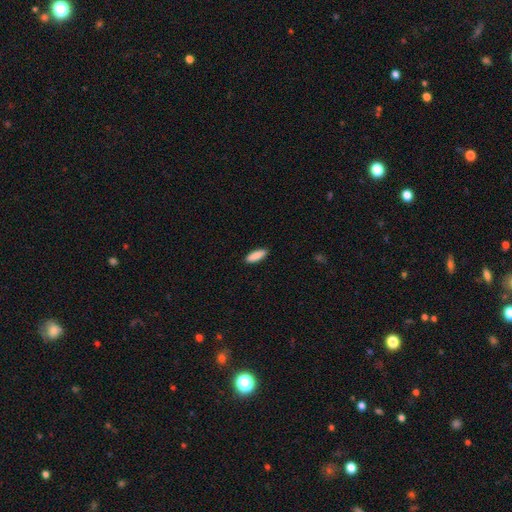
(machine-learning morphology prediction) A smooth galaxy with no disk features (89%) that is in between round and cigar-shaped (58%). Merging: none (89%).